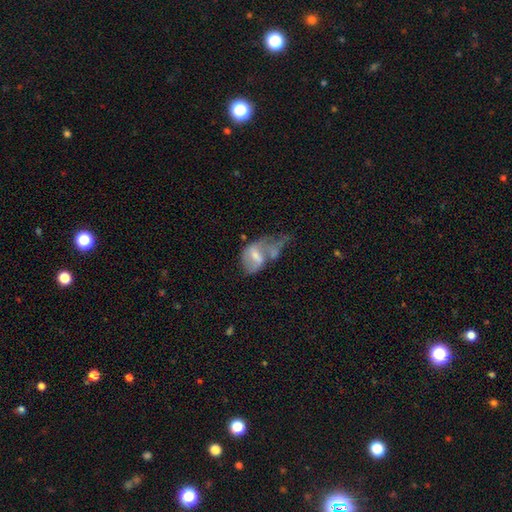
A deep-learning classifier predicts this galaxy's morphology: Smooth or featured: featured or disk — 51% (smooth — 41%)
Edge-on disk: no — 96% (yes — 4%)
Merging: major disturbance — 36% (merger — 29%)